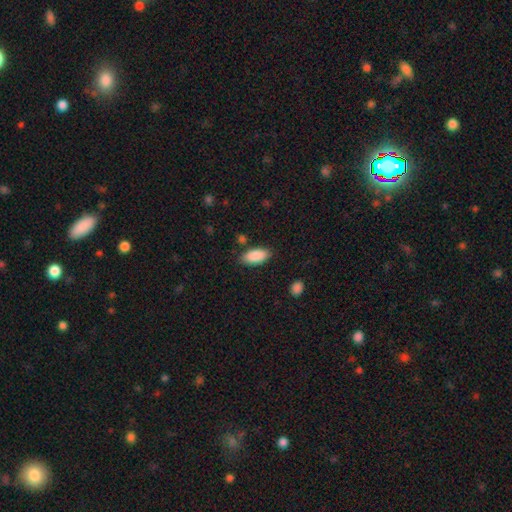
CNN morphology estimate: Q: Smooth or featured?
A: smooth (89%); runner-up: star or artifact (6%)
Q: How rounded?
A: in between (91%); runner-up: cigar-shaped (7%)
Q: Merging?
A: none (84%); runner-up: minor disturbance (11%)